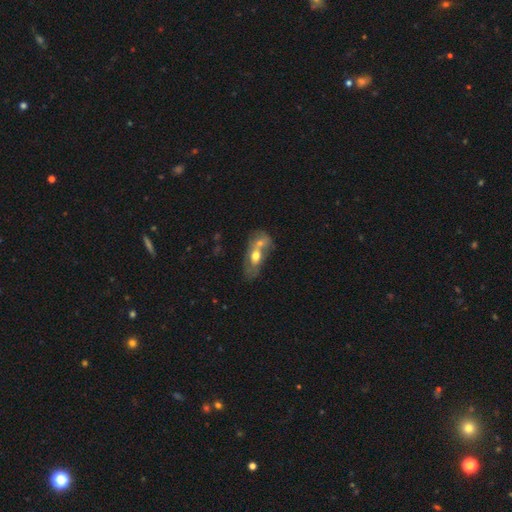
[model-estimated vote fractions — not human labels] Q: Smooth or featured?
A: smooth (55%); runner-up: featured or disk (37%)
Q: How rounded?
A: in between (77%); runner-up: round (14%)
Q: Merging?
A: merger (67%); runner-up: none (18%)